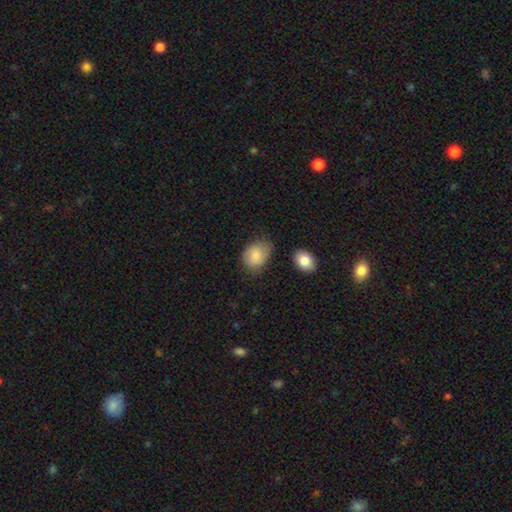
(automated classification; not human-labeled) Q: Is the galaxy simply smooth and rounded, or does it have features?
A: smooth — 81%.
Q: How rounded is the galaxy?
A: in between — 67%.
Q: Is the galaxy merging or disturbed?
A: none — 65%.